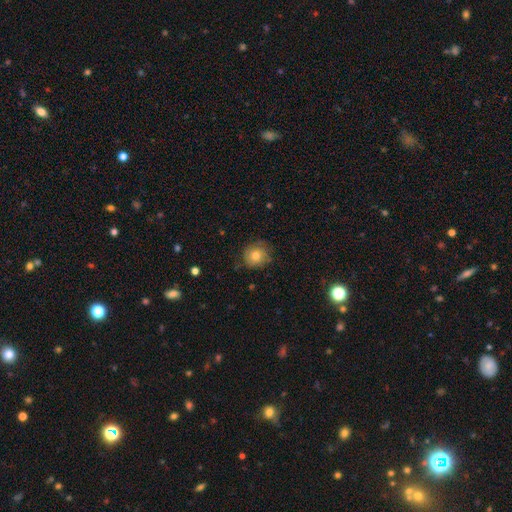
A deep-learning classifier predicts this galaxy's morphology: Smooth or featured?
  - smooth: 75% *
  - featured or disk: 16%
  - star or artifact: 10%
How rounded?
  - round: 88% *
  - in between: 11%
  - cigar-shaped: 1%
Merging?
  - none: 74% *
  - minor disturbance: 20%
  - major disturbance: 5%
  - merger: 1%